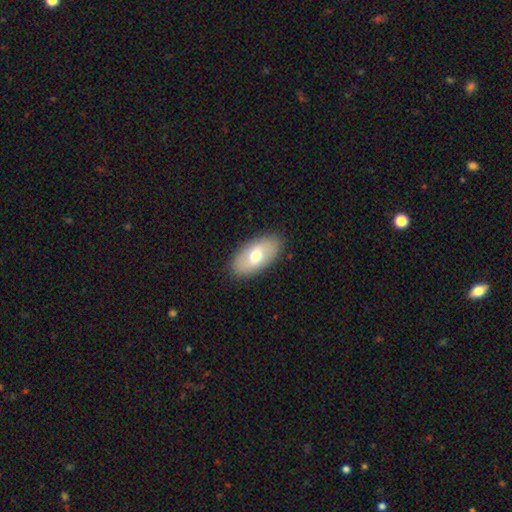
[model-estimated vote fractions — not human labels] Smooth or featured? Predicted: smooth (p=0.65). How rounded? Predicted: in between (p=0.93). Merging? Predicted: none (p=0.87).